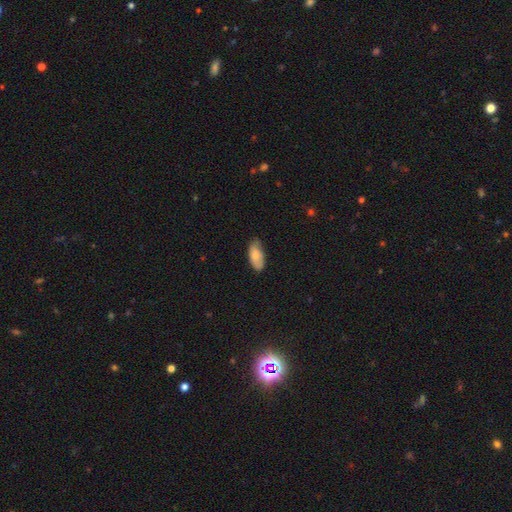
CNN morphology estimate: Q: Smooth or featured?
A: smooth (78%); runner-up: featured or disk (16%)
Q: How rounded?
A: in between (91%); runner-up: cigar-shaped (7%)
Q: Merging?
A: none (63%); runner-up: minor disturbance (31%)